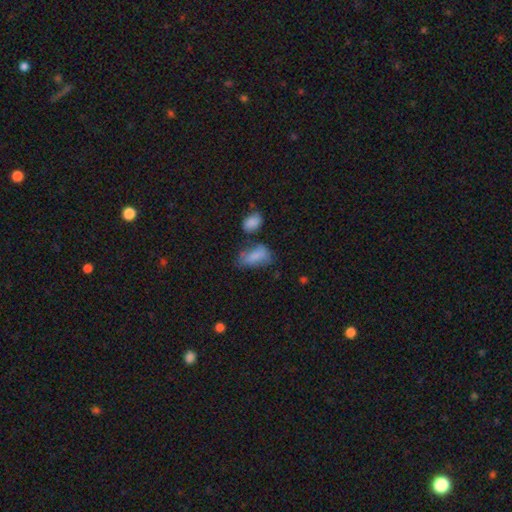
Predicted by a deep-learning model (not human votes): Smooth or featured? smooth (79%)
How rounded? in between (90%)
Merging? none (43%)